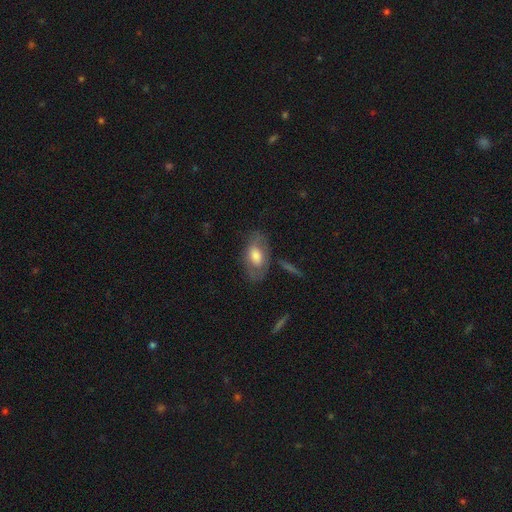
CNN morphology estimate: Smooth or featured: smooth — 61% (featured or disk — 32%)
How rounded: in between — 91% (round — 7%)
Merging: none — 65% (minor disturbance — 21%)